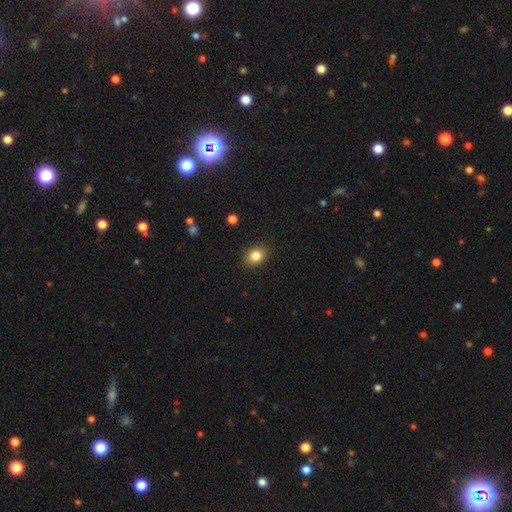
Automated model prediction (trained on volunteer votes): A smooth galaxy with no disk features (84%) that is in between round and cigar-shaped (50%). Merging: none (88%).